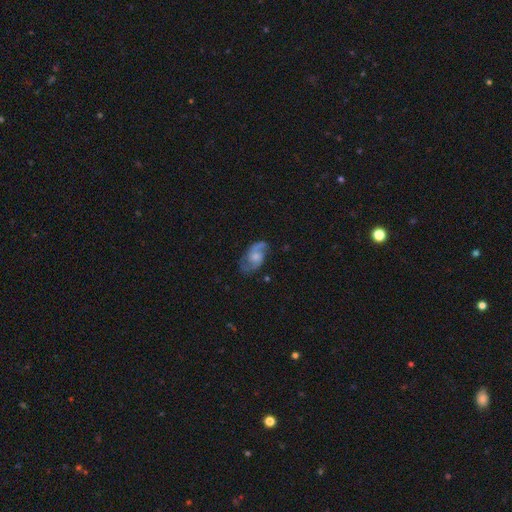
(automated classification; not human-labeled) featured or disk 77%, smooth 16%, star or artifact 7%. Down the decision tree: edge-on disk — no (96%); bar — no (60%); spiral arms — yes (94%); spiral arm count — 2 (85%); spiral winding — medium (49%); bulge size — moderate (37%); merging — none (67%).